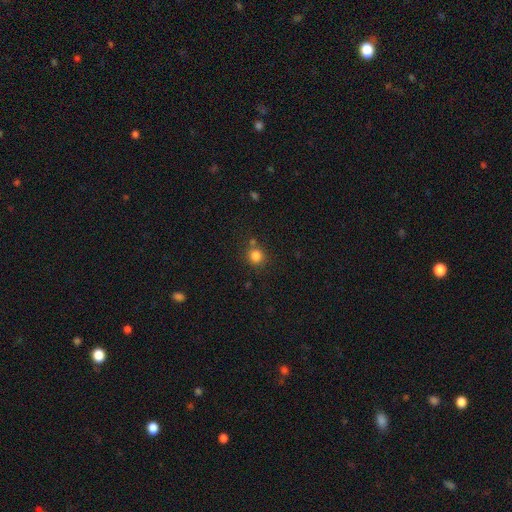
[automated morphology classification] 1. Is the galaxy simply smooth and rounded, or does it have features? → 82% smooth, 13% star or artifact, 5% featured or disk.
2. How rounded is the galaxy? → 90% round, 9% in between, 1% cigar-shaped.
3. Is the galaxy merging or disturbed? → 75% none, 12% merger, 10% minor disturbance, 3% major disturbance.